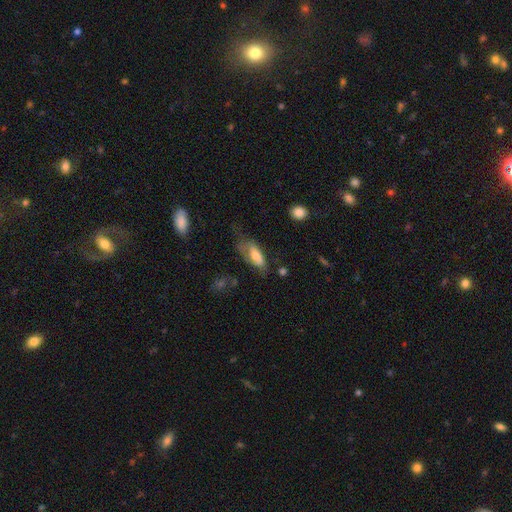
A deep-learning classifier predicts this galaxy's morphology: A smooth galaxy with no disk features (66%) that is in between round and cigar-shaped (81%). Merging: none (36%).